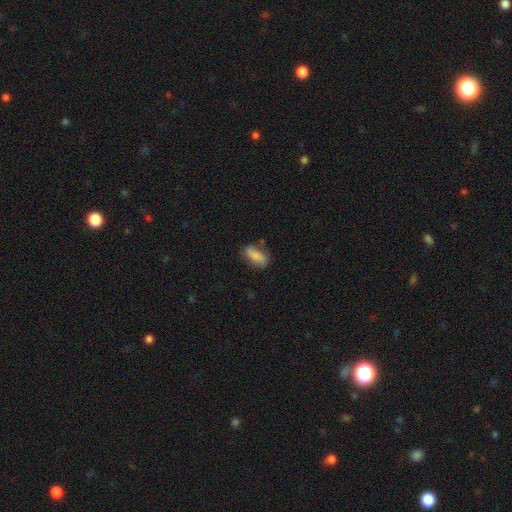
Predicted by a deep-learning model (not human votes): Smooth or featured? Predicted: smooth (p=0.77). How rounded? Predicted: in between (p=0.79). Merging? Predicted: none (p=0.67).